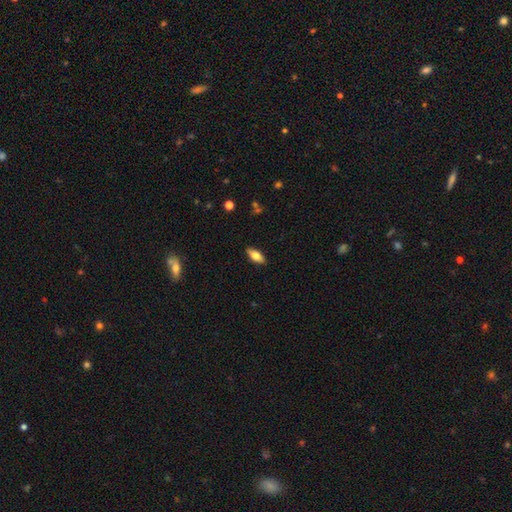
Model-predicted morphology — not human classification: smooth_or_featured: smooth (p=0.70) [alt: featured or disk p=0.23]
how_rounded: in between (p=0.81) [alt: cigar-shaped p=0.16]
merging: none (p=0.88) [alt: minor disturbance p=0.09]